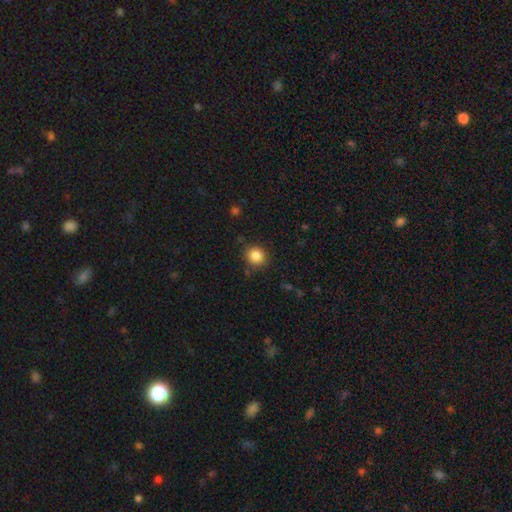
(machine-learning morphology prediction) Smooth or featured?
  - smooth: 85% *
  - star or artifact: 10%
  - featured or disk: 4%
How rounded?
  - round: 88% *
  - in between: 11%
  - cigar-shaped: 1%
Merging?
  - none: 84% *
  - minor disturbance: 10%
  - major disturbance: 3%
  - merger: 2%